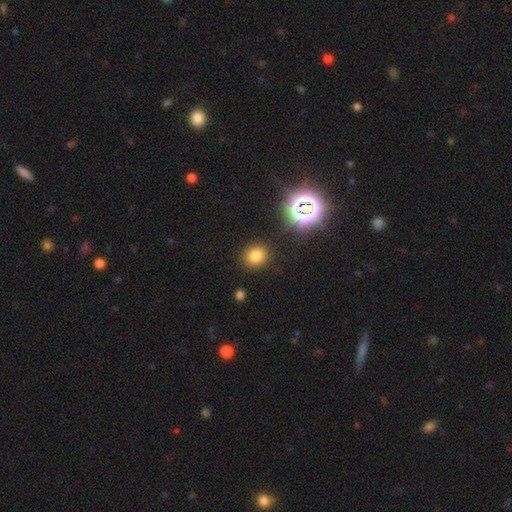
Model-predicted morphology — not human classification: smooth-or-featured: smooth: 76% | star or artifact: 18% | featured or disk: 6%
  how-rounded: round: 79% | in between: 20% | cigar-shaped: 1%
  merging: none: 88% | minor disturbance: 7% | major disturbance: 3% | merger: 2%